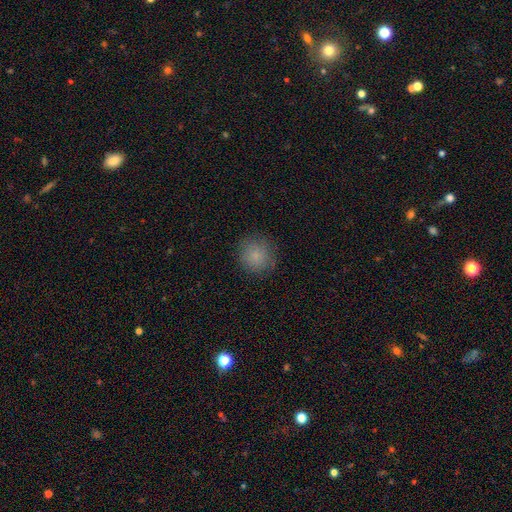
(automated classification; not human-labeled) Smooth or featured? Predicted: smooth (p=0.85). How rounded? Predicted: round (p=0.92). Merging? Predicted: none (p=0.85).